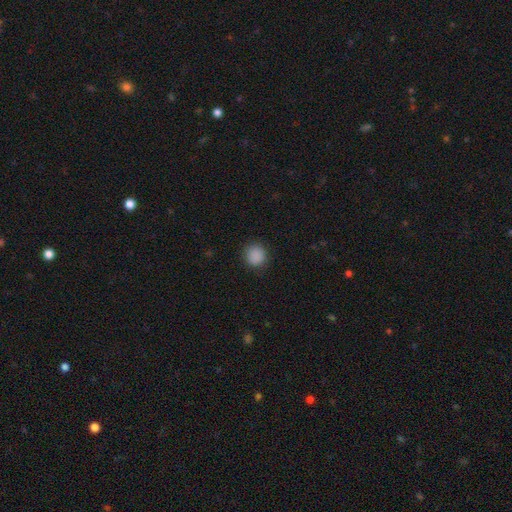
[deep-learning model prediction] smooth_or_featured: smooth (p=0.88) [alt: star or artifact p=0.09]
how_rounded: round (p=0.92) [alt: in between p=0.07]
merging: none (p=0.89) [alt: minor disturbance p=0.07]